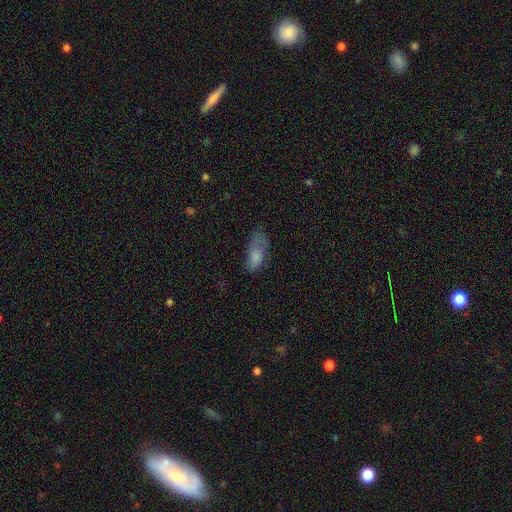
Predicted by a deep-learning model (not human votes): smooth-or-featured: smooth: 76% | featured or disk: 15% | star or artifact: 9%
  how-rounded: in between: 84% | cigar-shaped: 13% | round: 3%
  merging: none: 38% | minor disturbance: 33% | major disturbance: 25% | merger: 3%